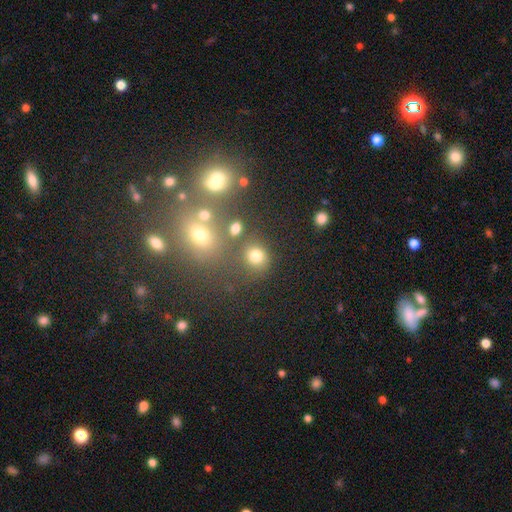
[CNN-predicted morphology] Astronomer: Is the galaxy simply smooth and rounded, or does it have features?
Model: smooth — 75%.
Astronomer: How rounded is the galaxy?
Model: round — 78%.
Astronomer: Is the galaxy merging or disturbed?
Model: none — 68%.